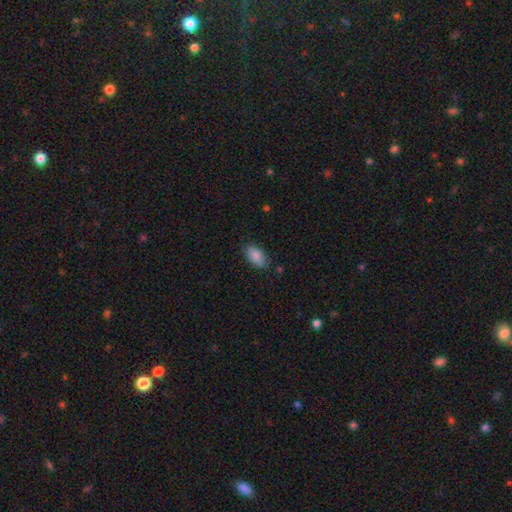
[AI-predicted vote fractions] This is clearly a smooth galaxy (86%). How rounded: clearly in between (93%). Merging: clearly none (80%).